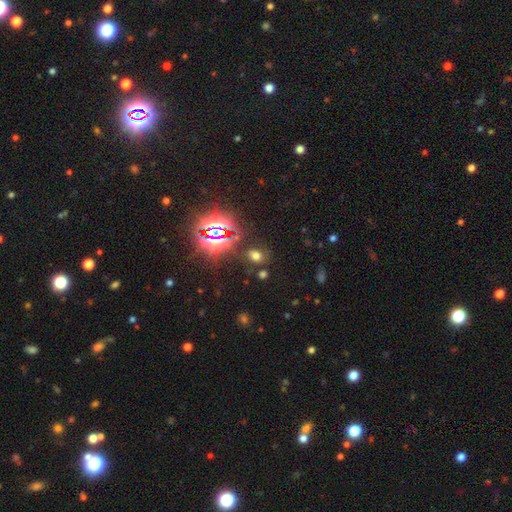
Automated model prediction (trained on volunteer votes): A smooth galaxy with no disk features (54%) that is in between round and cigar-shaped (70%).

Vote fractions:
- Smooth or featured? smooth: 54% / star or artifact: 37% / featured or disk: 9%
- How rounded? in between: 70% / round: 29% / cigar-shaped: 2%
- Merging? none: 79% / minor disturbance: 12% / merger: 5% / major disturbance: 5%